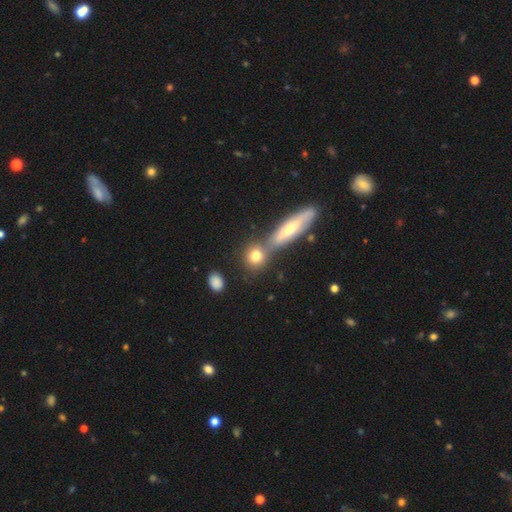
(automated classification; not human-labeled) Q: Smooth or featured?
A: smooth (74%); runner-up: featured or disk (16%)
Q: How rounded?
A: round (73%); runner-up: in between (19%)
Q: Merging?
A: none (57%); runner-up: merger (30%)